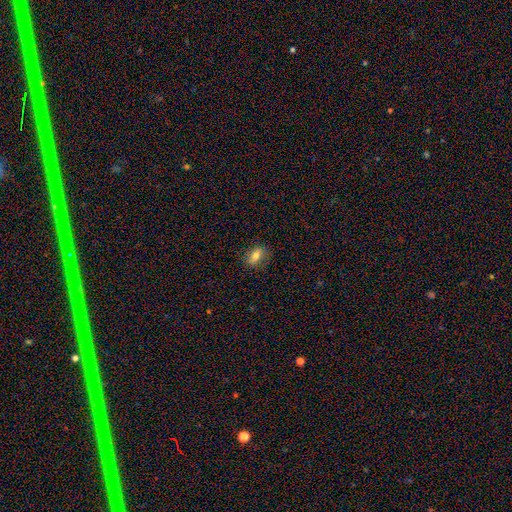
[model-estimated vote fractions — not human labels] The model was most divided on "smooth or featured": smooth: 70%, featured or disk: 20%, star or artifact: 10%. More confident: merging — none (84%); how rounded — in between (73%).